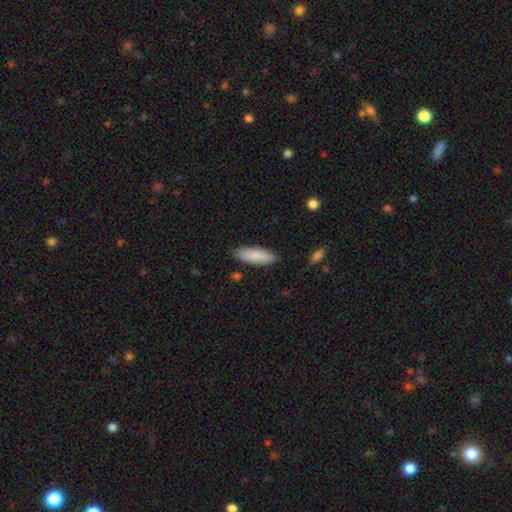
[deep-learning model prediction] This is clearly a smooth galaxy (88%). How rounded: possibly in between (57%). Merging: clearly none (87%).